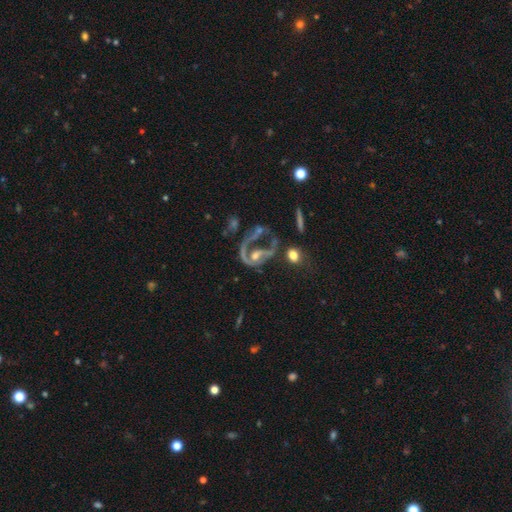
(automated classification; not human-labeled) The model was most divided on "spiral winding": loose: 45%, medium: 37%, tight: 18%. Remaining: edge-on disk — no (96%); smooth or featured — featured or disk (76%); spiral arms — yes (69%); bar — no (60%); spiral arm count — 1 (54%); bulge size — moderate (48%); merging — major disturbance (45%).